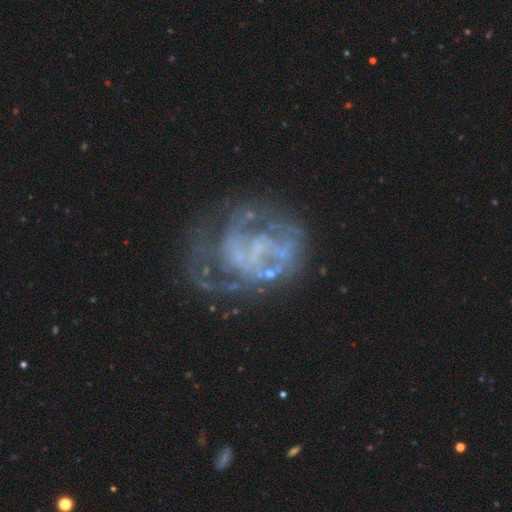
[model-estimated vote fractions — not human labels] Smooth or featured: featured or disk — 75% (star or artifact — 13%)
Edge-on disk: no — 98% (yes — 2%)
Bar: no — 74% (weak — 19%)
Spiral arms: no — 51% (yes — 49%)
Bulge size: none — 68% (small — 22%)
Merging: none — 47% (major disturbance — 30%)